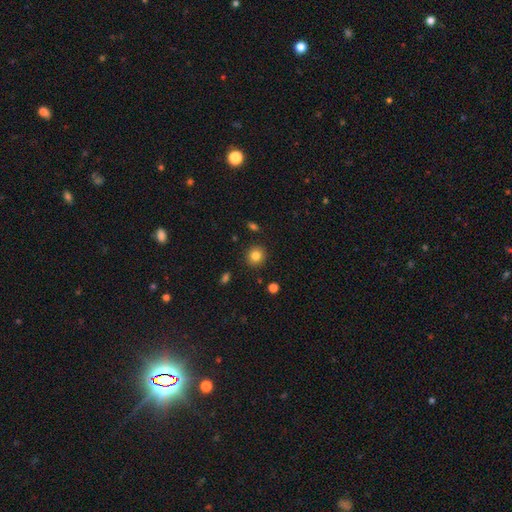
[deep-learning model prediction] smooth-or-featured: smooth: 83% | star or artifact: 10% | featured or disk: 7%
  how-rounded: round: 88% | in between: 11% | cigar-shaped: 1%
  merging: none: 90% | minor disturbance: 6% | major disturbance: 2% | merger: 2%